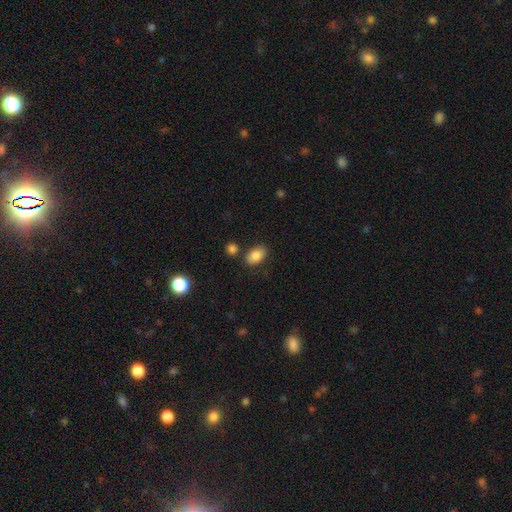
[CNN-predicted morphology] smooth 84%, star or artifact 8%, featured or disk 8%. Down the decision tree: how rounded — in between (88%); merging — none (80%).